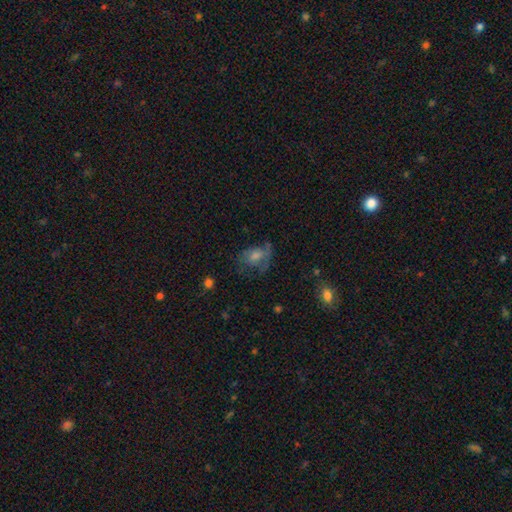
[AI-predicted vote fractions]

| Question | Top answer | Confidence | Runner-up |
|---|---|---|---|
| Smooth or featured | featured or disk | 42% | smooth (40%) |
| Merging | none | 47% | major disturbance (27%) |